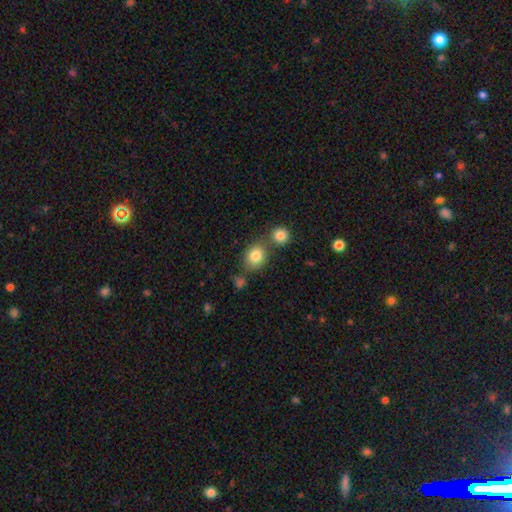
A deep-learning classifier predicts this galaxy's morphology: type=smooth (82%); roundness=round (65%); merging=none (61%).